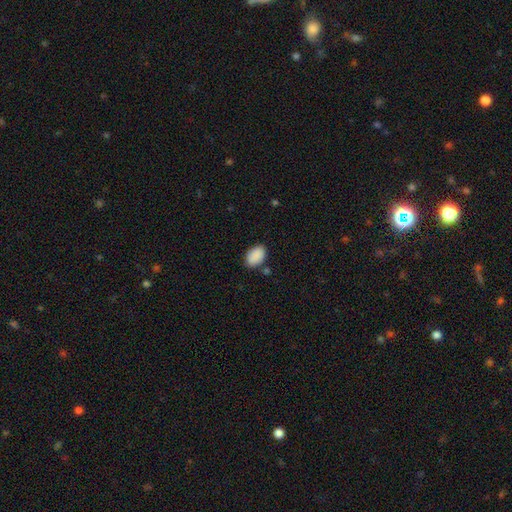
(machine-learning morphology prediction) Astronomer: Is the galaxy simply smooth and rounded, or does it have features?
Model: smooth — 90%.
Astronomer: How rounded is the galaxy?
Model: in between — 88%.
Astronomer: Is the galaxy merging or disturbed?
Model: none — 80%.